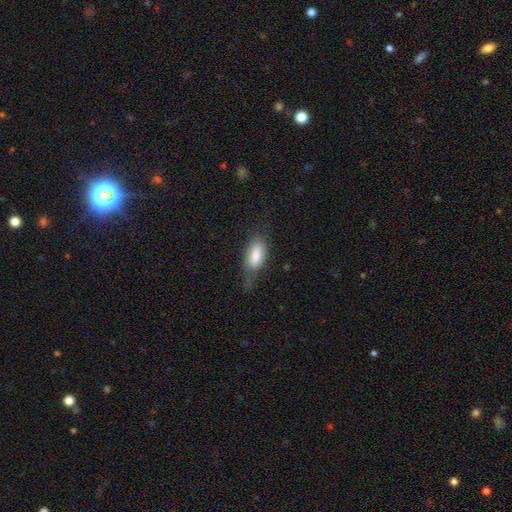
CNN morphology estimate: Smooth or featured? smooth (80%)
How rounded? in between (84%)
Merging? none (46%)